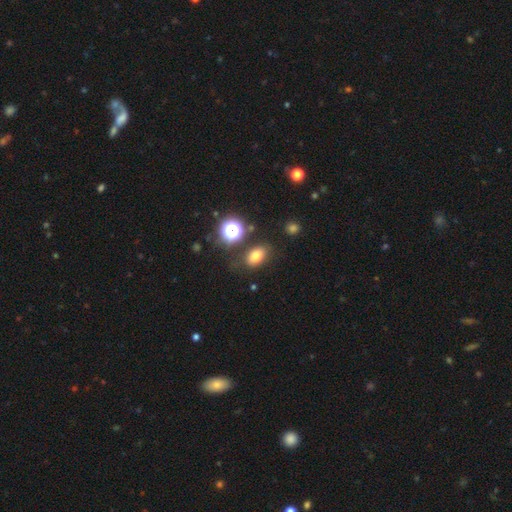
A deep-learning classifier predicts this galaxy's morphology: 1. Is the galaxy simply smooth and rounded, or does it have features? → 74% smooth, 16% star or artifact, 10% featured or disk.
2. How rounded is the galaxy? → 79% in between, 19% round, 2% cigar-shaped.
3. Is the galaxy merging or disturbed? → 77% none, 13% minor disturbance, 5% major disturbance, 4% merger.